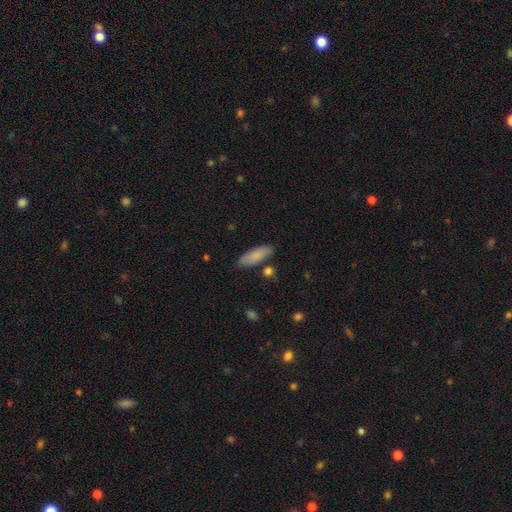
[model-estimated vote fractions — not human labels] This appears to be a smooth galaxy with no disk features (84%) that is in between round and cigar-shaped (63%). Merging: none (81%).